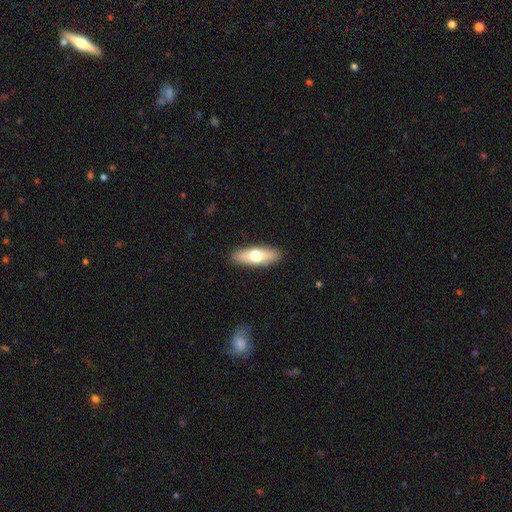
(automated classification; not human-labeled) Smooth or featured: smooth — 59% (featured or disk — 35%)
How rounded: in between — 57% (cigar-shaped — 40%)
Merging: none — 89% (minor disturbance — 8%)